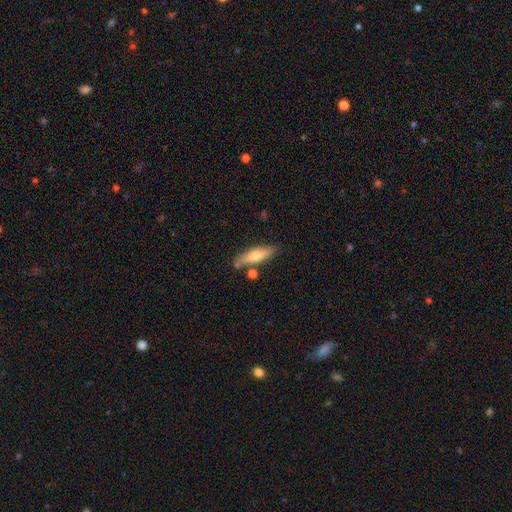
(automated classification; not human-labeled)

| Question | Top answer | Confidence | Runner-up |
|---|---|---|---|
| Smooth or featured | smooth | 67% | featured or disk (26%) |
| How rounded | cigar-shaped | 53% | in between (44%) |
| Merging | none | 75% | minor disturbance (14%) |